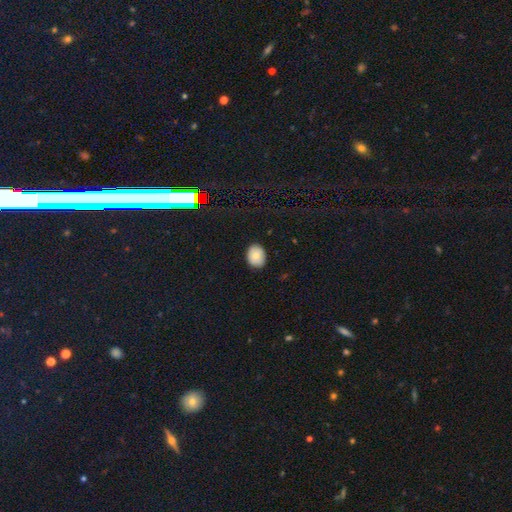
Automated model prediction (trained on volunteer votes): Smooth or featured? smooth (78%)
How rounded? round (53%)
Merging? none (86%)